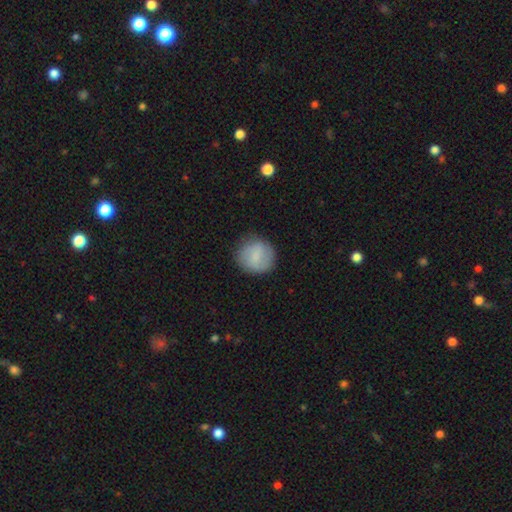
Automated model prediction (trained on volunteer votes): Overall: smooth (74%). How rounded: round (88%). Merging: none (81%).